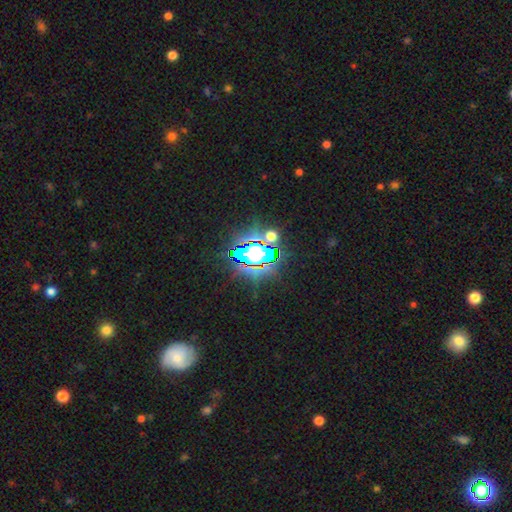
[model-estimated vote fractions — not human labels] A star or artifact, not a galaxy (80%).